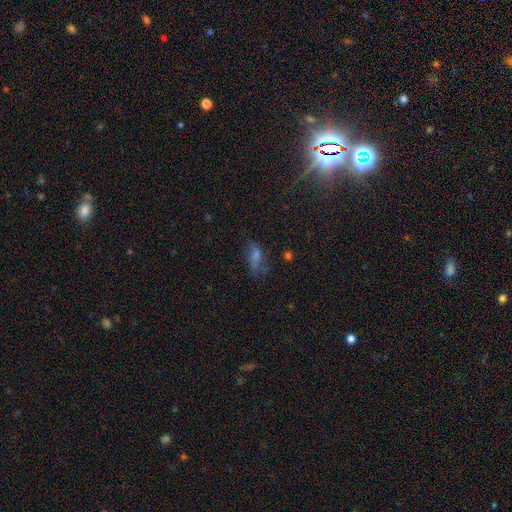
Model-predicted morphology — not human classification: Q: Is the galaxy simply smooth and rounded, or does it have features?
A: smooth — 37%.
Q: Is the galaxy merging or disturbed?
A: none — 54%.